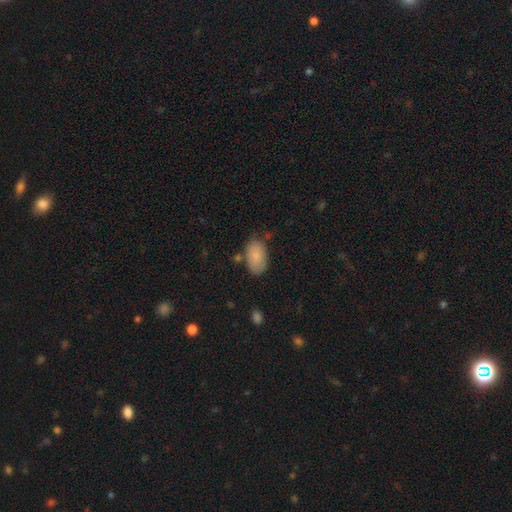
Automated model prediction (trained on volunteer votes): smooth_or_featured: smooth (p=0.84) [alt: featured or disk p=0.09]
how_rounded: in between (p=0.93) [alt: round p=0.05]
merging: none (p=0.73) [alt: minor disturbance p=0.18]